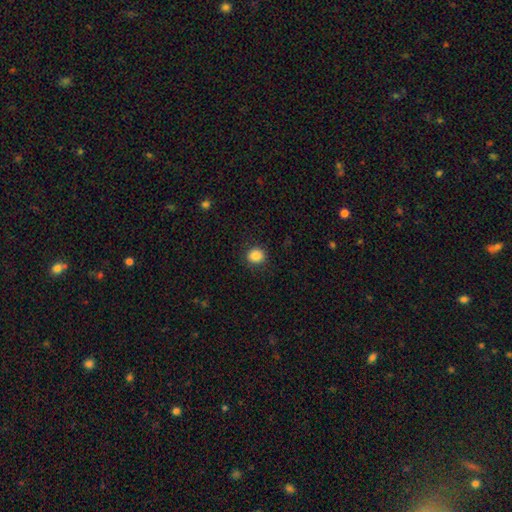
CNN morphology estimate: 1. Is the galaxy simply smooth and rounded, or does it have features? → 86% smooth, 10% star or artifact, 4% featured or disk.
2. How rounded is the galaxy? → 82% round, 17% in between, 1% cigar-shaped.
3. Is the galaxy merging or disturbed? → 90% none, 7% minor disturbance, 2% major disturbance, 1% merger.